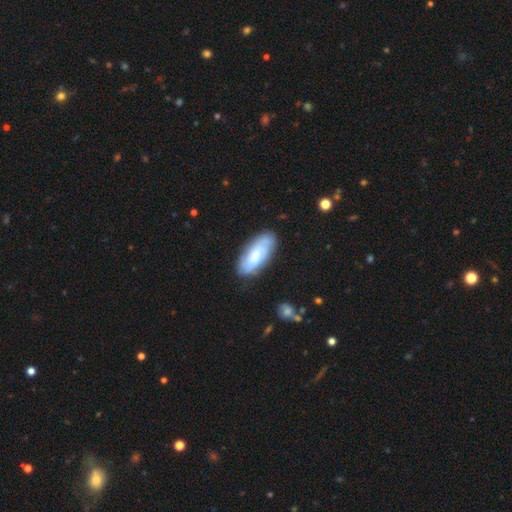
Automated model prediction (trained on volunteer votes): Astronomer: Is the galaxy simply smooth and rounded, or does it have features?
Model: smooth — 58% (runner-up: featured or disk, 36%).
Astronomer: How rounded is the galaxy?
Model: in between — 83%.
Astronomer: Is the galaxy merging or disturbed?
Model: none — 78%.